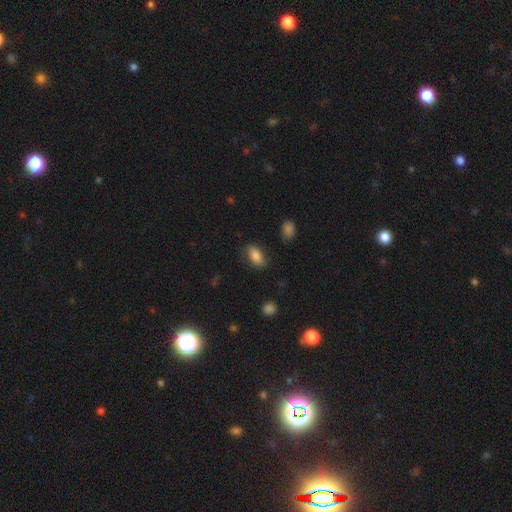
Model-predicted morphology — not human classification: This is clearly a smooth galaxy (84%). How rounded: clearly in between (91%). Merging: likely none (79%).